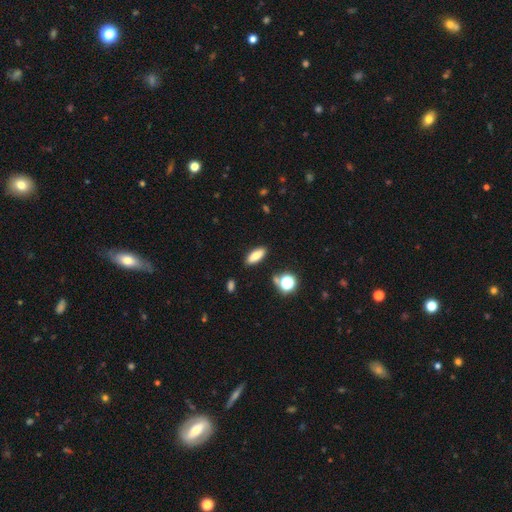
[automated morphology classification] The model was most divided on "how rounded": in between: 71%, cigar-shaped: 25%, round: 4%. More confident: merging — none (86%); smooth or featured — smooth (72%).